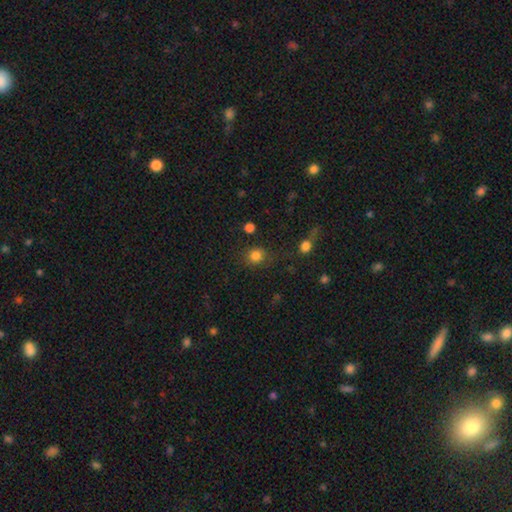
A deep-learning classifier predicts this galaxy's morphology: type=smooth (82%); roundness=round (83%); merging=none (77%).